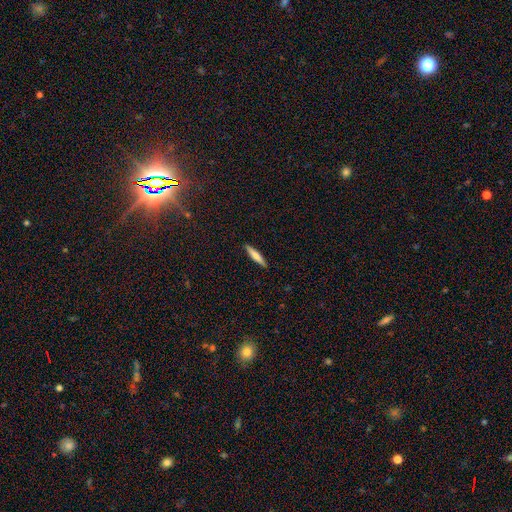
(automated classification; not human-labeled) Morphology: type=smooth (65%); roundness=cigar-shaped (89%); merging=none (91%).